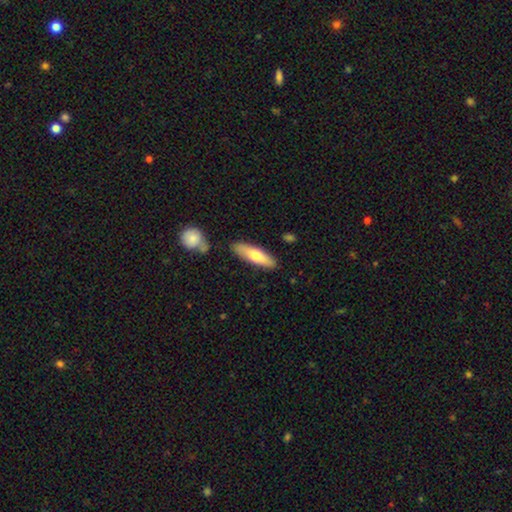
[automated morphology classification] smooth-or-featured: smooth: 66% | featured or disk: 29% | star or artifact: 5%
  how-rounded: cigar-shaped: 63% | in between: 35% | round: 2%
  merging: none: 83% | minor disturbance: 11% | merger: 4% | major disturbance: 2%